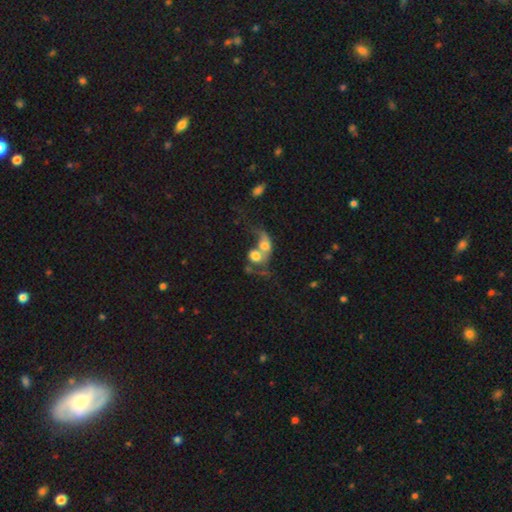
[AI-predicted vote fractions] Smooth or featured: smooth — 53% (featured or disk — 38%)
How rounded: in between — 49% (round — 48%)
Merging: merger — 79% (major disturbance — 10%)